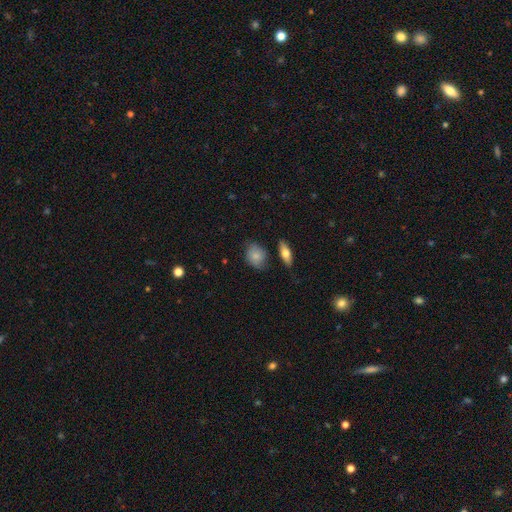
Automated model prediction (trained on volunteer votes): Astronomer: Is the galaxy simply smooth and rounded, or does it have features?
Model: smooth — 77%.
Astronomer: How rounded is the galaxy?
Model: in between — 54% (runner-up: round, 43%).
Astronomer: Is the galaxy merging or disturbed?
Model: none — 67%.